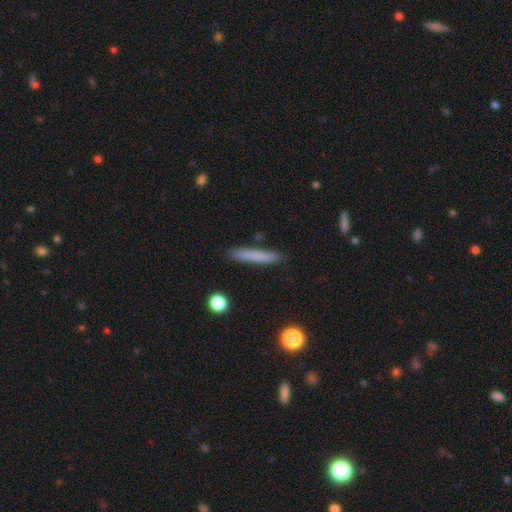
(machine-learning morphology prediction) This is likely a smooth galaxy (77%). How rounded: clearly cigar-shaped (94%). Merging: clearly none (88%).